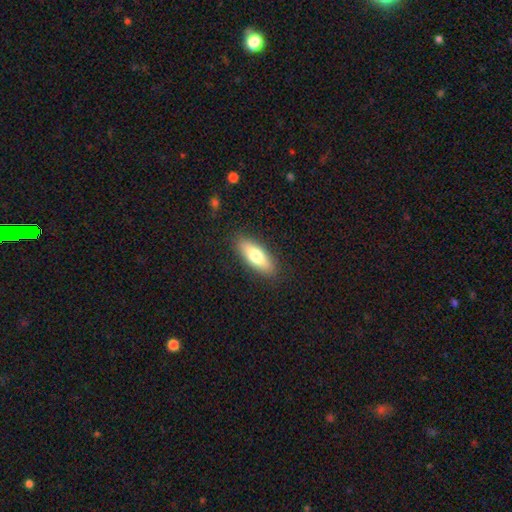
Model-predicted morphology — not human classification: Q: Smooth or featured?
A: smooth (72%); runner-up: featured or disk (22%)
Q: How rounded?
A: in between (63%); runner-up: cigar-shaped (35%)
Q: Merging?
A: none (88%); runner-up: minor disturbance (9%)